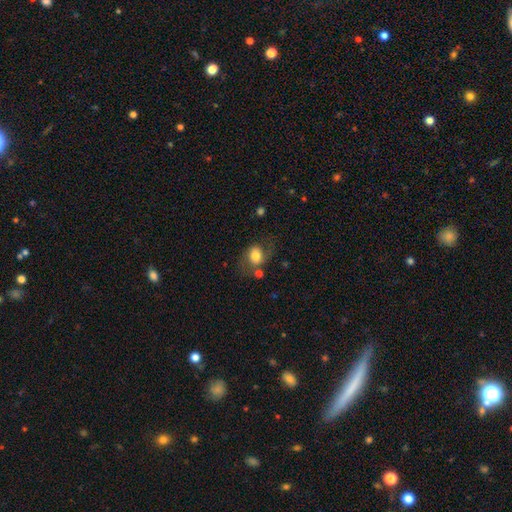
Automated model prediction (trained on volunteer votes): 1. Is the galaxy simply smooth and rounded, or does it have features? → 65% smooth, 26% featured or disk, 9% star or artifact.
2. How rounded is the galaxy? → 50% in between, 49% round, 1% cigar-shaped.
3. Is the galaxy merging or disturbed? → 53% none, 22% minor disturbance, 15% major disturbance, 9% merger.